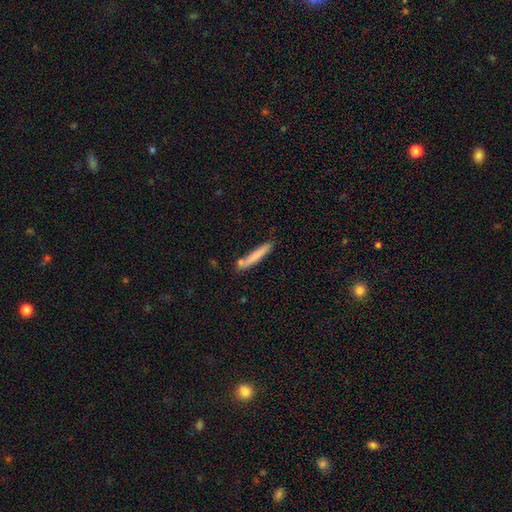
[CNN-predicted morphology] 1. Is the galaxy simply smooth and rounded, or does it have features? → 75% smooth, 19% featured or disk, 6% star or artifact.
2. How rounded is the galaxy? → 94% cigar-shaped, 4% in between, 1% round.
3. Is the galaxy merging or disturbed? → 75% none, 14% minor disturbance, 8% merger, 3% major disturbance.